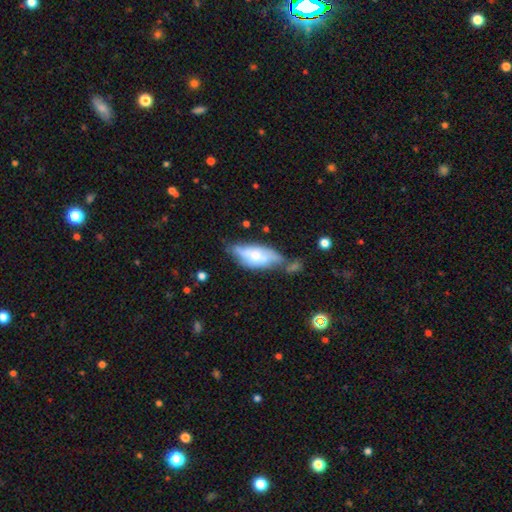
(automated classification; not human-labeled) A featured or disk galaxy (49%). Merging: none (38%).